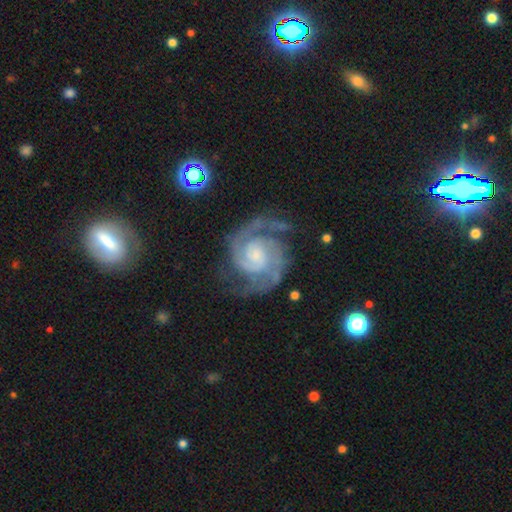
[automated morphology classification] Overall: featured or disk (92%). Edge-on disk: no (98%). Bar: no (60%; weak 32%). Spiral arms: yes (99%). Spiral arm count: 2 (85%). Spiral winding: tight (53%; medium 41%). Bulge size: small (53%; moderate 26%). Merging: none (75%).